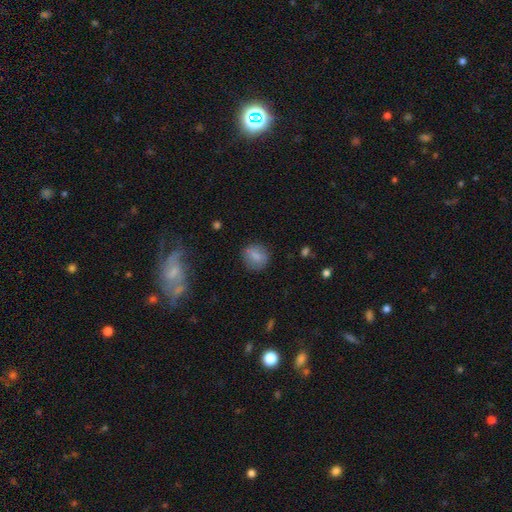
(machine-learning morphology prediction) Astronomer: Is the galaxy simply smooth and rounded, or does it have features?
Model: smooth — 78%.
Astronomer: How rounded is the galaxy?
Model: round — 78%.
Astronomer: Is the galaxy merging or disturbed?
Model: none — 81%.